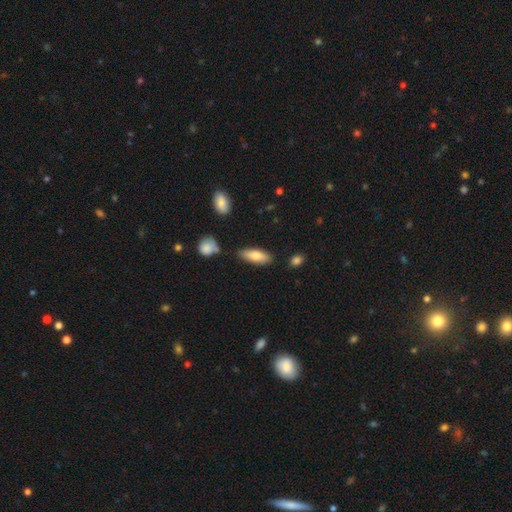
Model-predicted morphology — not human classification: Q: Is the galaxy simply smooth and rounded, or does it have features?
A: smooth — 78%.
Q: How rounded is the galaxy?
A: in between — 65%.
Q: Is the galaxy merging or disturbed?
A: none — 77%.